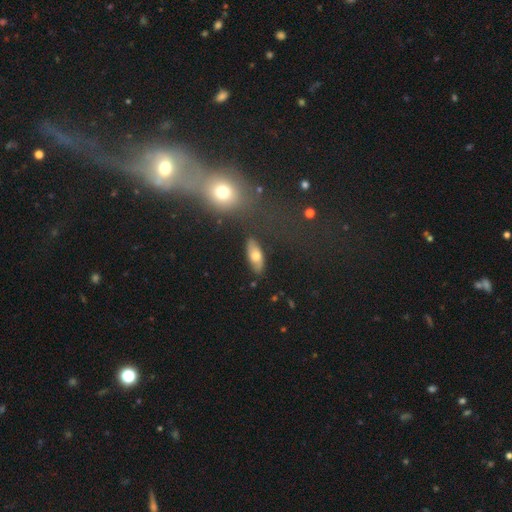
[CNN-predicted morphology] smooth 61%, featured or disk 31%, star or artifact 8%. Down the decision tree: how rounded — in between (80%); merging — none (82%).